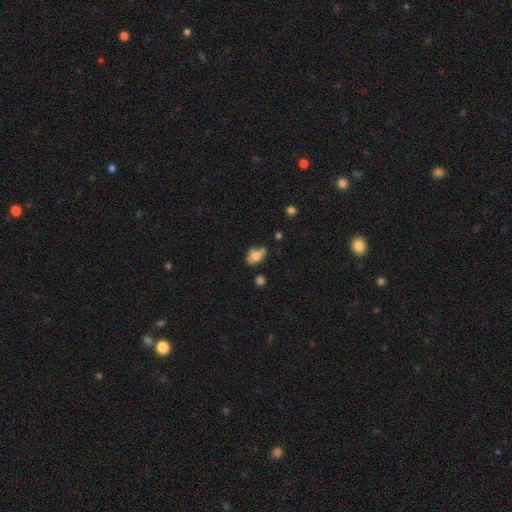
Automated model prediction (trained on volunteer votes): smooth 69%, featured or disk 22%, star or artifact 9%. Down the decision tree: how rounded — in between (76%); merging — none (52%).